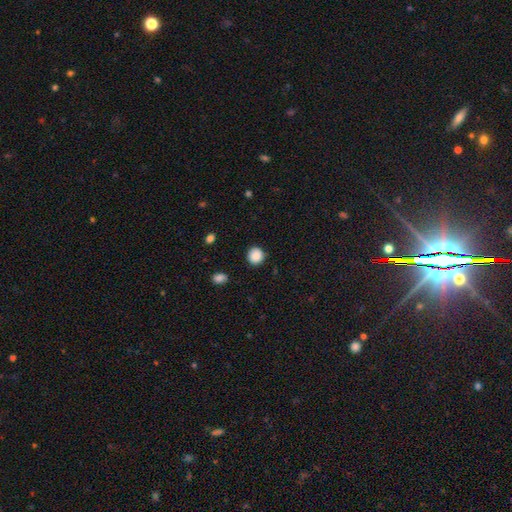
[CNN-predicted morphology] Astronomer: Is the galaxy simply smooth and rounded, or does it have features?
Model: smooth — 88%.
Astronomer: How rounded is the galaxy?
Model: round — 91%.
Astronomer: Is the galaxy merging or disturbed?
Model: none — 89%.